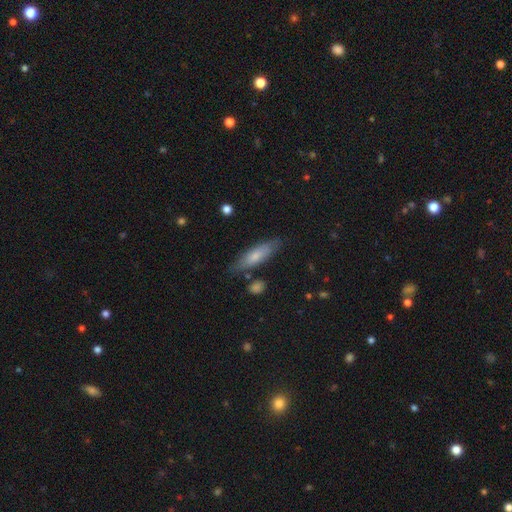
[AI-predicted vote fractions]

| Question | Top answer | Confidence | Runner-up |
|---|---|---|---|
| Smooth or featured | smooth | 66% | featured or disk (28%) |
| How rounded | cigar-shaped | 56% | in between (42%) |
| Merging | none | 76% | minor disturbance (17%) |